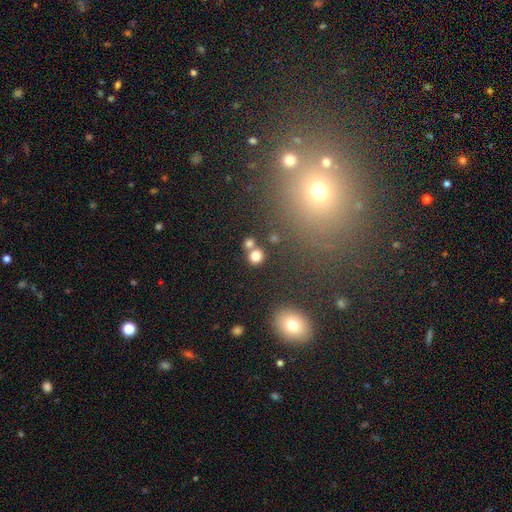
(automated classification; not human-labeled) This appears to be a smooth galaxy with no disk features (79%) that is round (86%). Merging: none (65%).